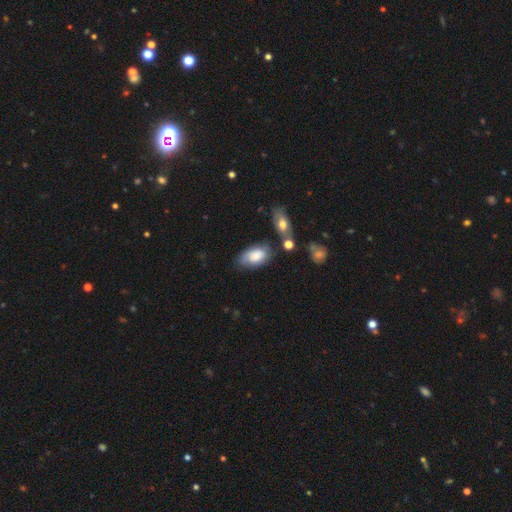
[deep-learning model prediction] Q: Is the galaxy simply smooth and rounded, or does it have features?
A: smooth — 69%.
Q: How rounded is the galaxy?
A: in between — 93%.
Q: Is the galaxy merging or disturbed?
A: none — 57%.